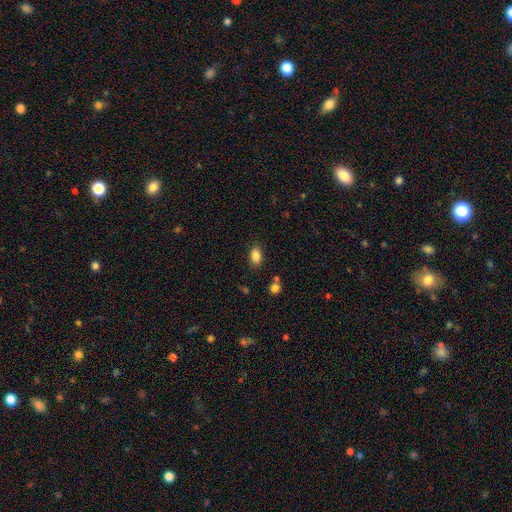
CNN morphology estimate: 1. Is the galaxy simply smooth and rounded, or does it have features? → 86% smooth, 9% star or artifact, 5% featured or disk.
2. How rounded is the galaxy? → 87% in between, 12% round, 2% cigar-shaped.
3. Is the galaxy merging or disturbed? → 82% none, 12% minor disturbance, 3% major disturbance, 3% merger.